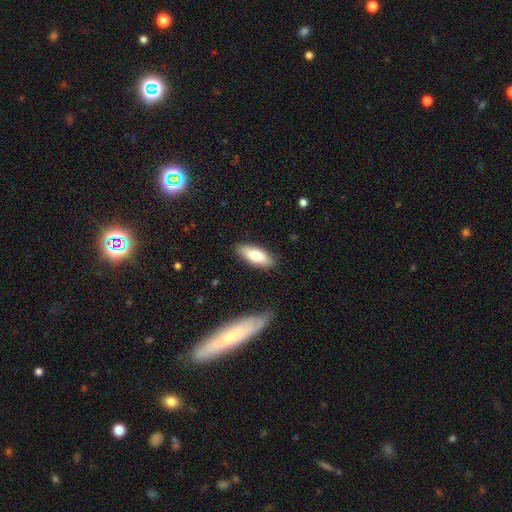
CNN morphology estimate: type=smooth (74%); roundness=in between (71%); merging=none (86%).